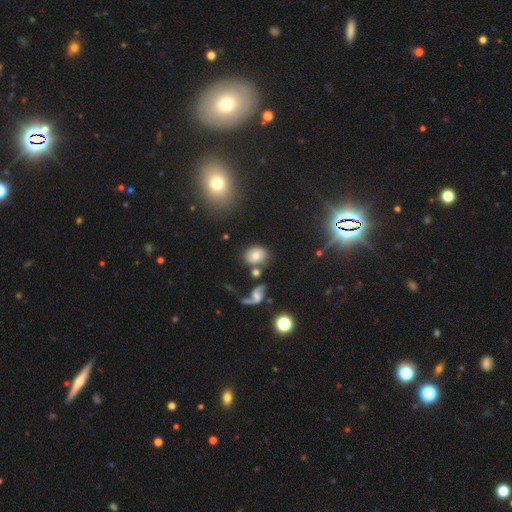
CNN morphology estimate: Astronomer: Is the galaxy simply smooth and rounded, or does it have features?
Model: smooth — 64%.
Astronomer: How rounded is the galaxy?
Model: round — 54% (runner-up: in between, 45%).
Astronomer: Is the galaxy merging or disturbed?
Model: none — 68%.